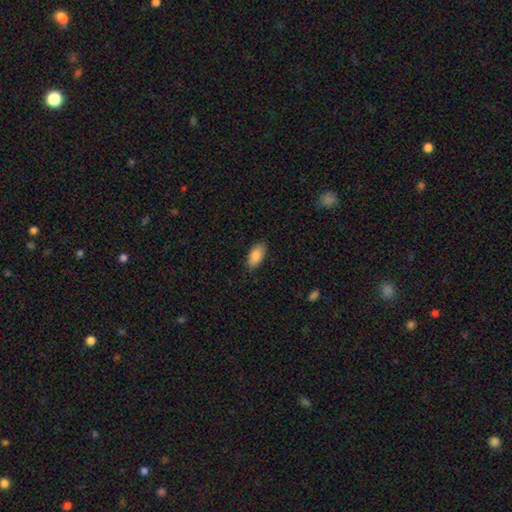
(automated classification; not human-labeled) Smooth or featured? Predicted: smooth (p=0.88). How rounded? Predicted: in between (p=0.93). Merging? Predicted: none (p=0.86).